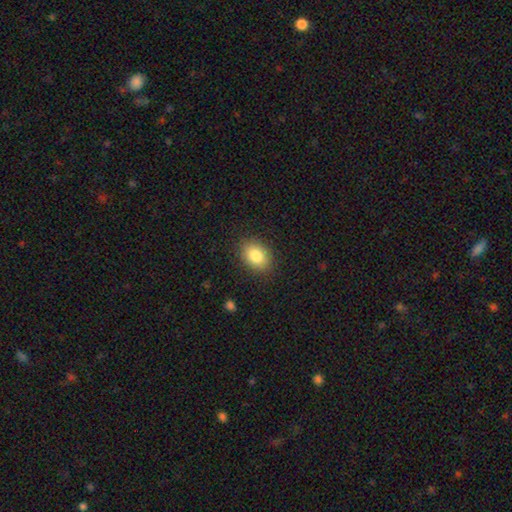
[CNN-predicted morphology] Q: Smooth or featured?
A: smooth (84%); runner-up: star or artifact (8%)
Q: How rounded?
A: in between (71%); runner-up: round (28%)
Q: Merging?
A: none (87%); runner-up: minor disturbance (9%)